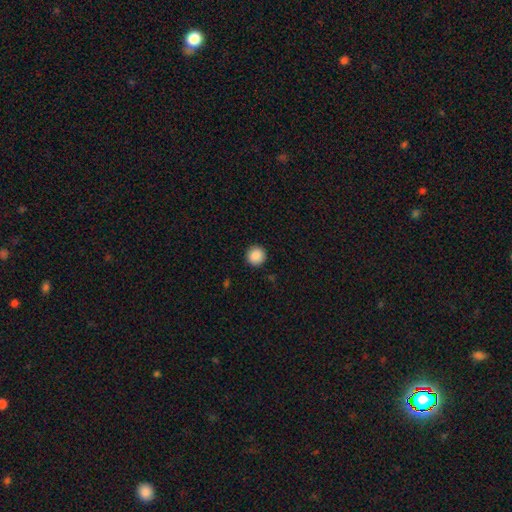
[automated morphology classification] type=smooth (89%); roundness=round (95%); merging=none (92%).